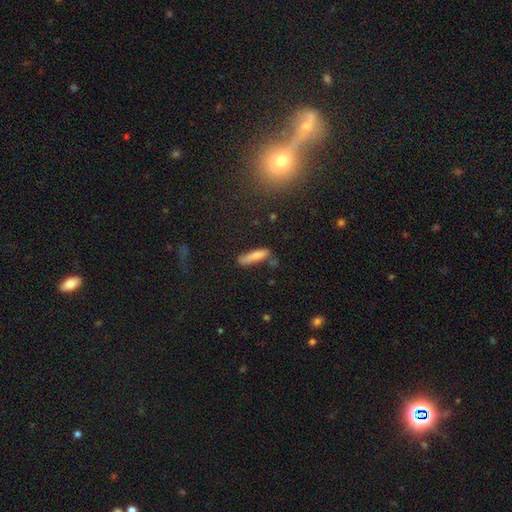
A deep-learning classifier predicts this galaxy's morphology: Smooth or featured? smooth (78%)
How rounded? cigar-shaped (78%)
Merging? none (66%)